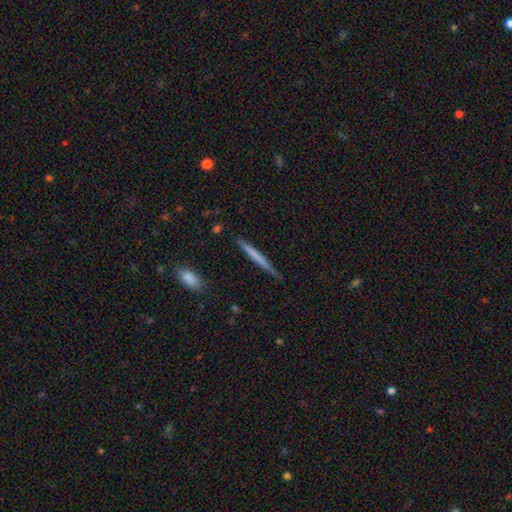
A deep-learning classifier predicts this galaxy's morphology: A smooth galaxy with no disk features (60%) that is cigar-shaped (96%). Merging: none (85%).